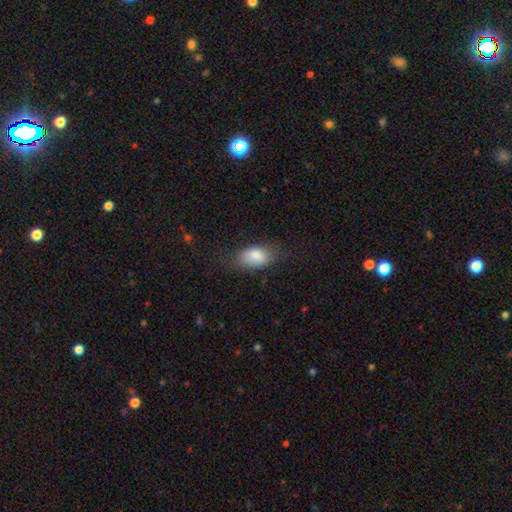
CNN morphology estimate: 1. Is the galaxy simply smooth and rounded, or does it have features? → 83% smooth, 10% featured or disk, 7% star or artifact.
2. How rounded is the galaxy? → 91% in between, 6% round, 3% cigar-shaped.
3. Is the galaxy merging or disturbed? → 62% none, 25% minor disturbance, 11% major disturbance, 1% merger.